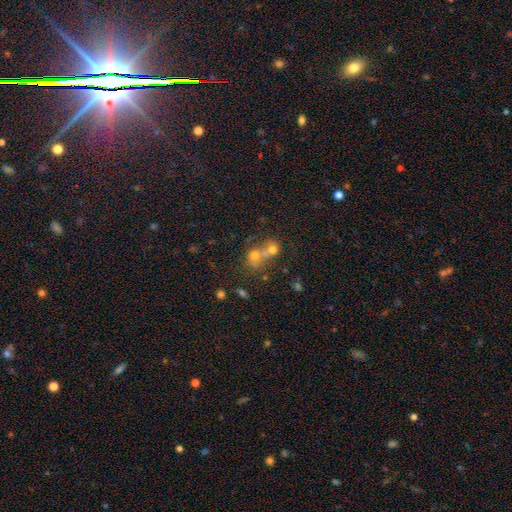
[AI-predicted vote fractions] This appears to be a smooth galaxy with no disk features (54%) that is round (75%). Merging: merger (61%).